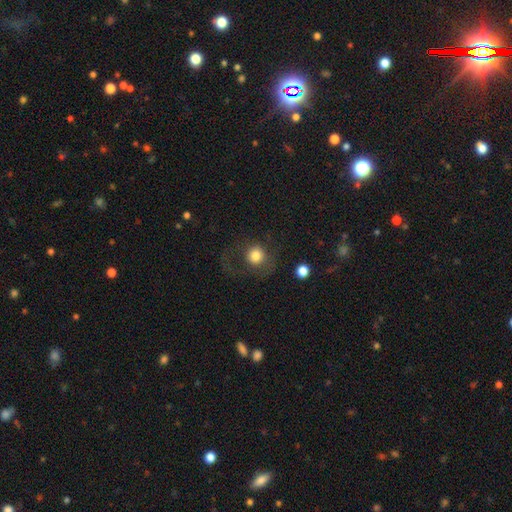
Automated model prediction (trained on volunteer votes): This is likely a smooth galaxy (76%). How rounded: clearly round (88%). Merging: possibly none (55%).